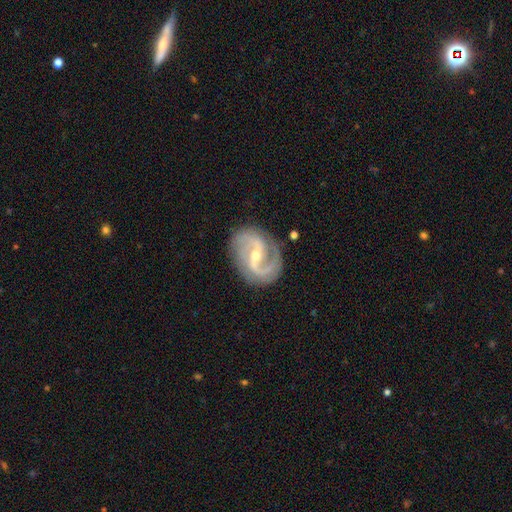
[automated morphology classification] A featured or disk galaxy (92%) with a weak bar (43%), 2 (90%) medium (55%) spiral arms (98%) and a small central bulge (54%). Merging: none (80%).